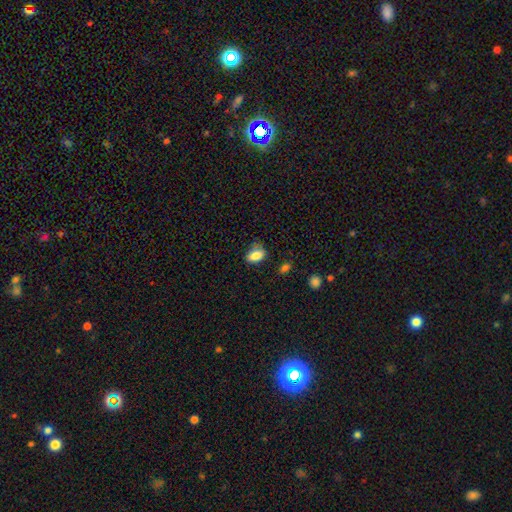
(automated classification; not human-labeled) The model was most divided on "merging": none: 61%, minor disturbance: 30%, major disturbance: 7%, merger: 2%. More confident: how rounded — in between (84%); smooth or featured — smooth (82%).